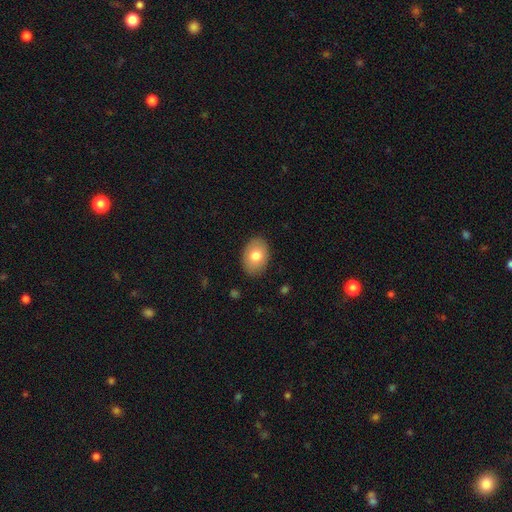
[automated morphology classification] Smooth or featured: smooth — 77% (featured or disk — 16%)
How rounded: in between — 82% (round — 17%)
Merging: none — 87% (minor disturbance — 9%)